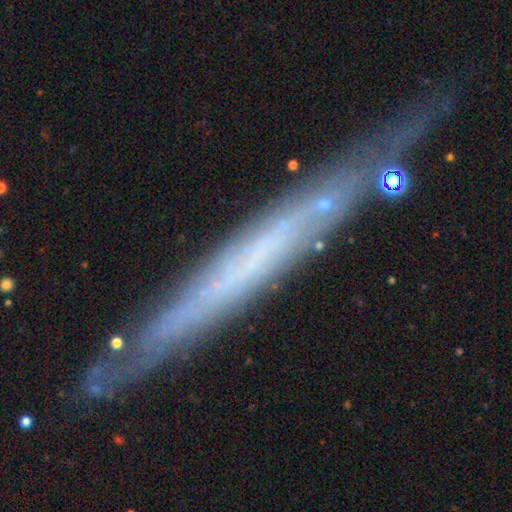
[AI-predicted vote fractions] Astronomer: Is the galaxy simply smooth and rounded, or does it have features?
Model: featured or disk — 62%.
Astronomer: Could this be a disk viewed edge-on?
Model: yes — 89%.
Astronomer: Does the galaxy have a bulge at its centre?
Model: none — 86%.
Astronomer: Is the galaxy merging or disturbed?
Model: none — 80%.